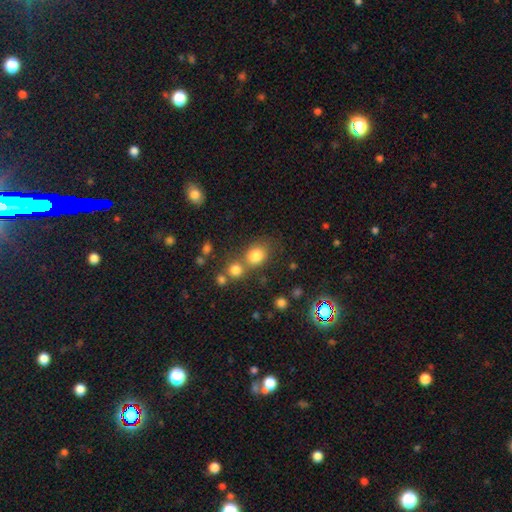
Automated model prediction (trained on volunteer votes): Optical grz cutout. It shows a smooth galaxy with no disk features (80%) that is round (64%). Merging: none (54%).